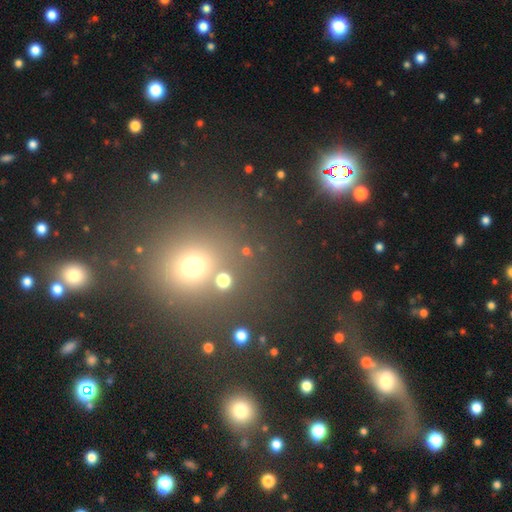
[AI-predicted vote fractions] A smooth galaxy with no disk features (47%).

Vote fractions:
- Smooth or featured? smooth: 47% / star or artifact: 42% / featured or disk: 12%
- Merging? none: 71% / merger: 12% / minor disturbance: 10% / major disturbance: 7%